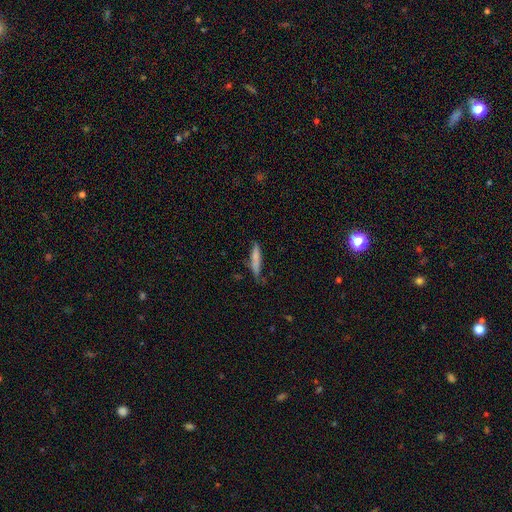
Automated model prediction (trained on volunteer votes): Smooth or featured: smooth — 67% (featured or disk — 24%)
How rounded: cigar-shaped — 91% (in between — 8%)
Merging: none — 71% (minor disturbance — 22%)